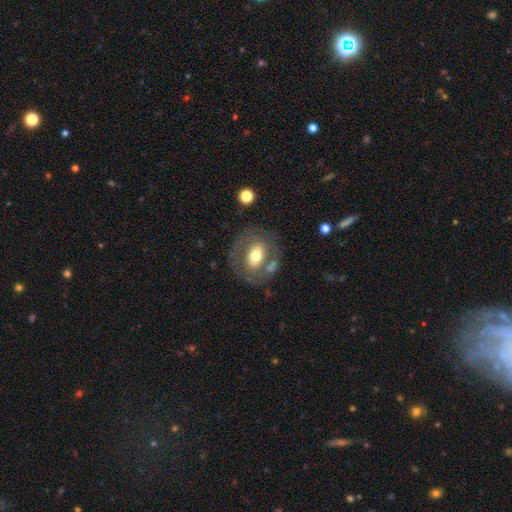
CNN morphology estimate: This appears to be a featured or disk galaxy (48%). Merging: none (69%).